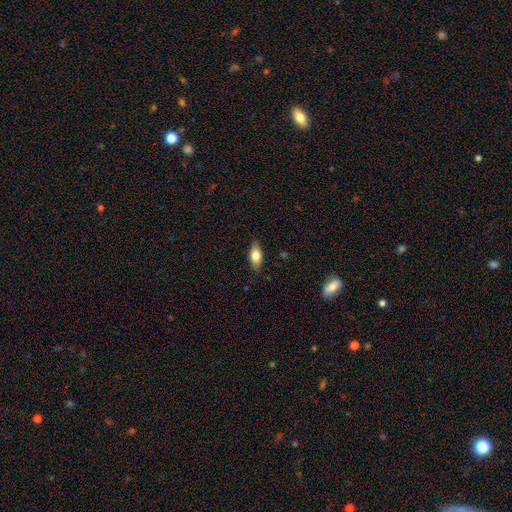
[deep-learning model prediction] Smooth or featured? Predicted: smooth (p=0.74). How rounded? Predicted: in between (p=0.84). Merging? Predicted: none (p=0.84).